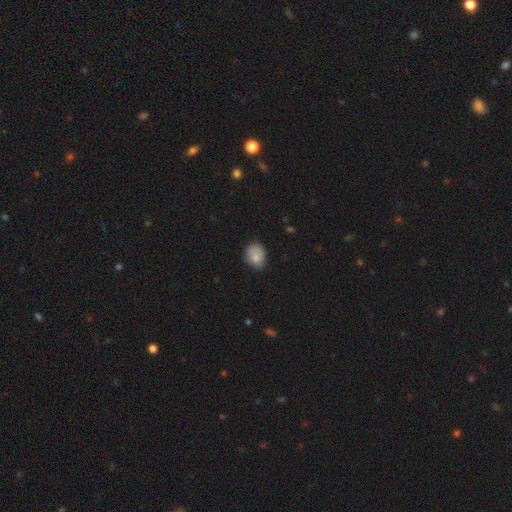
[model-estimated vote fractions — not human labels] Smooth or featured? smooth (81%)
How rounded? in between (53%)
Merging? none (66%)